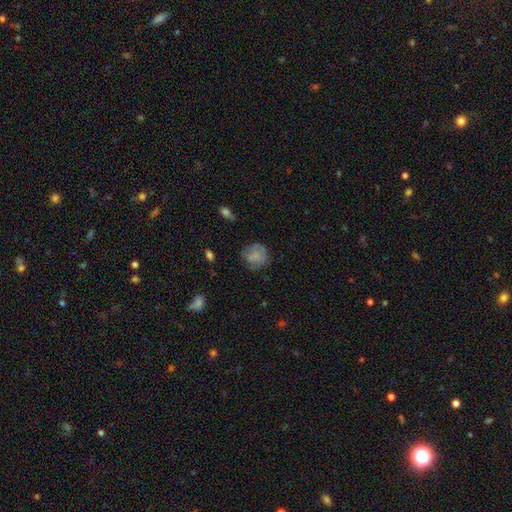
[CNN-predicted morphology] Smooth or featured? Predicted: smooth (p=0.64). How rounded? Predicted: round (p=0.79). Merging? Predicted: none (p=0.62).